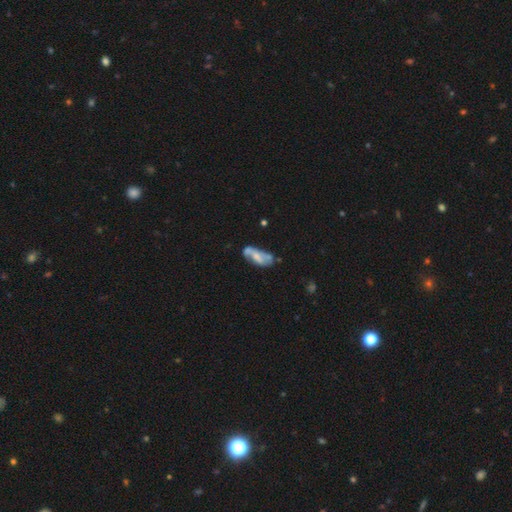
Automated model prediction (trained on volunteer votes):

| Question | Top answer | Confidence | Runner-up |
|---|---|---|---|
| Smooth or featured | featured or disk | 51% | smooth (42%) |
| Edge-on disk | no | 91% | yes (9%) |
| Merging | none | 42% | minor disturbance (27%) |